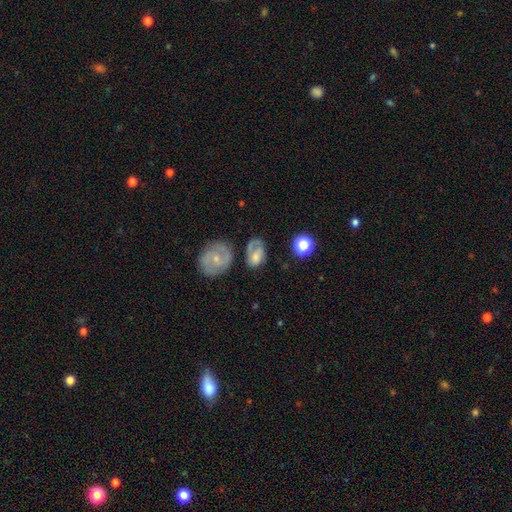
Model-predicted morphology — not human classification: smooth_or_featured: smooth (p=0.51) [alt: featured or disk p=0.40]
how_rounded: in between (p=0.79) [alt: round p=0.19]
merging: none (p=0.47) [alt: minor disturbance p=0.26]